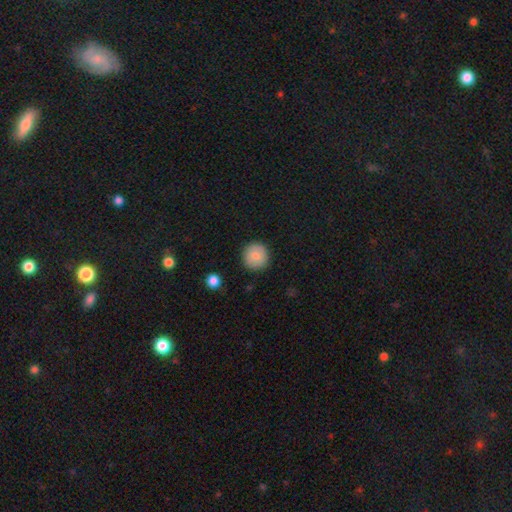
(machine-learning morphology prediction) This is clearly a smooth galaxy (83%). How rounded: clearly round (94%). Merging: clearly none (89%).